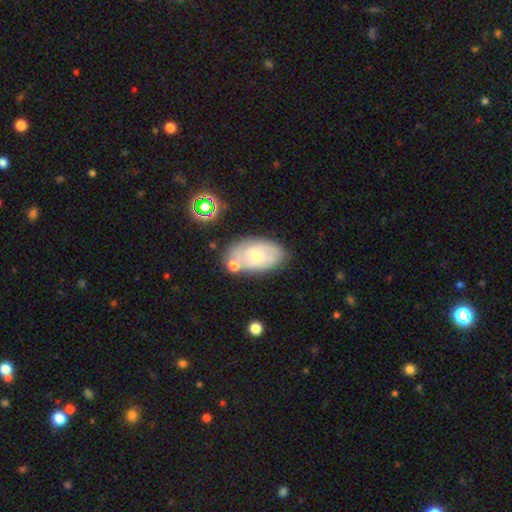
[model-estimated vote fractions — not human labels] This is possibly a featured or disk galaxy (52%). It is clearly not viewed edge-on (93%). Merging: likely none (66%).